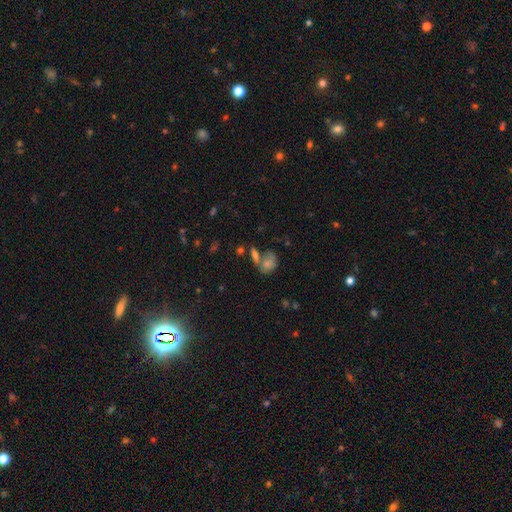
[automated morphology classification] Smooth or featured: smooth — 56% (star or artifact — 25%)
How rounded: in between — 64% (round — 31%)
Merging: none — 46% (merger — 32%)